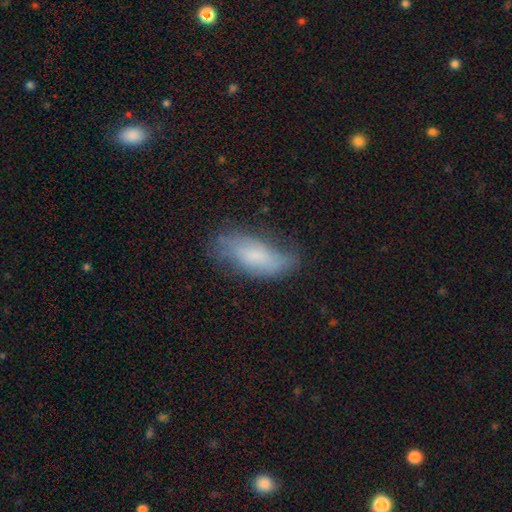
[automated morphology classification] smooth 60%, featured or disk 32%, star or artifact 8%. Down the decision tree: how rounded — in between (78%); merging — none (58%).